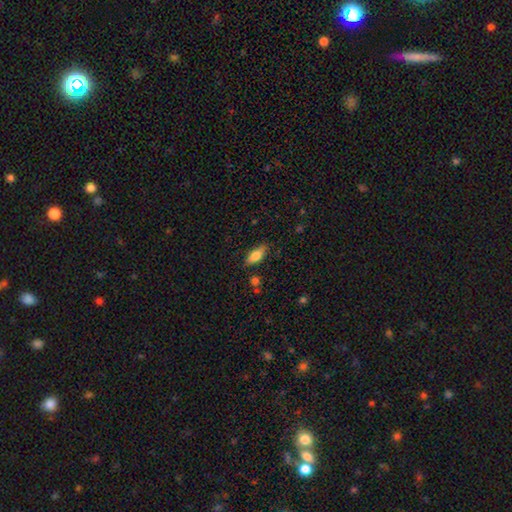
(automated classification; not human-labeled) Morphology: type=smooth (75%); roundness=in between (76%); merging=none (81%).